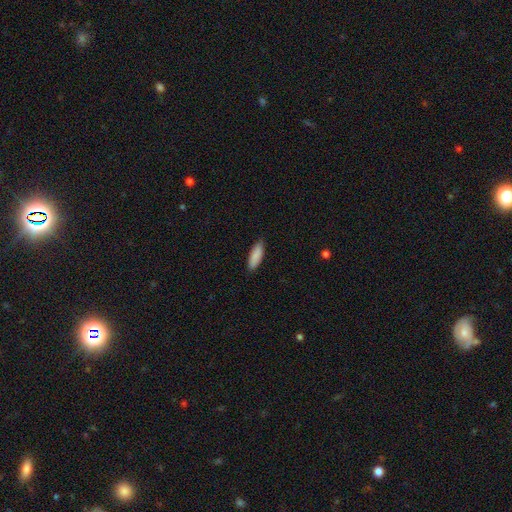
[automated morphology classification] smooth_or_featured: smooth (p=0.89) [alt: star or artifact p=0.06]
how_rounded: in between (p=0.61) [alt: cigar-shaped p=0.37]
merging: none (p=0.85) [alt: minor disturbance p=0.12]